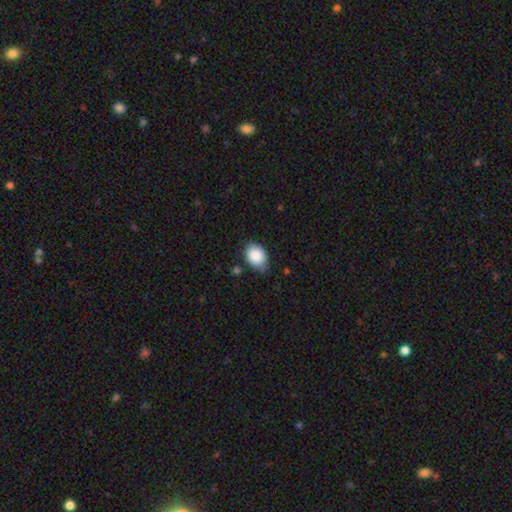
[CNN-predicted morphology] type=smooth (87%); roundness=in between (72%); merging=none (68%).